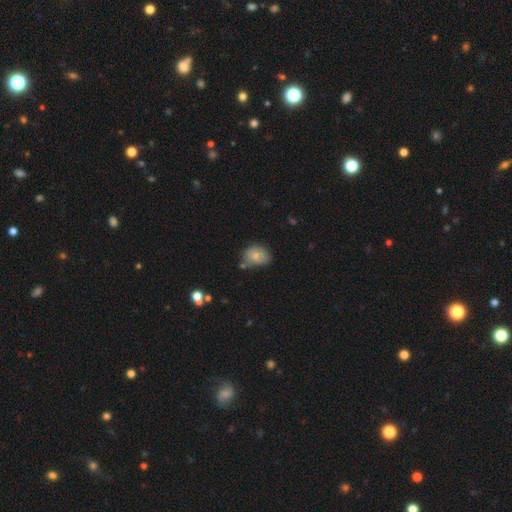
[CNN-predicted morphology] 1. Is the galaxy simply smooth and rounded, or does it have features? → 75% smooth, 16% featured or disk, 9% star or artifact.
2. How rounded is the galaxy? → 63% in between, 36% round, 1% cigar-shaped.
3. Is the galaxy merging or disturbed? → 51% none, 31% minor disturbance, 11% merger, 8% major disturbance.